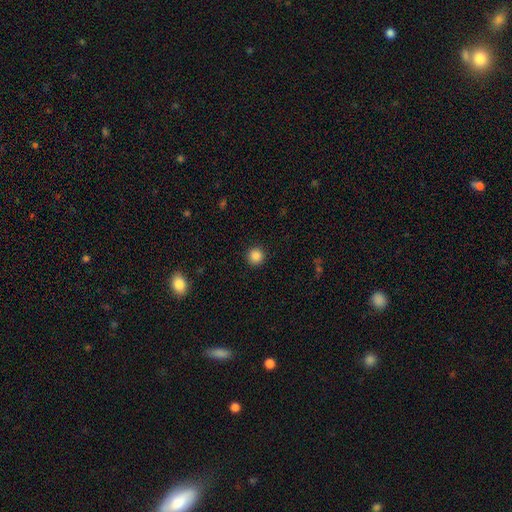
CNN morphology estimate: Smooth or featured? Predicted: smooth (p=0.86). How rounded? Predicted: round (p=0.95). Merging? Predicted: none (p=0.93).